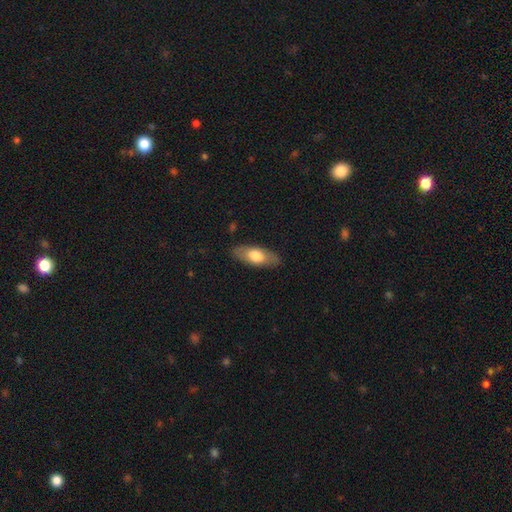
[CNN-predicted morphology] Smooth or featured?
  - smooth: 66% *
  - featured or disk: 28%
  - star or artifact: 5%
How rounded?
  - in between: 77% *
  - cigar-shaped: 20%
  - round: 3%
Merging?
  - none: 86% *
  - minor disturbance: 10%
  - major disturbance: 2%
  - merger: 1%